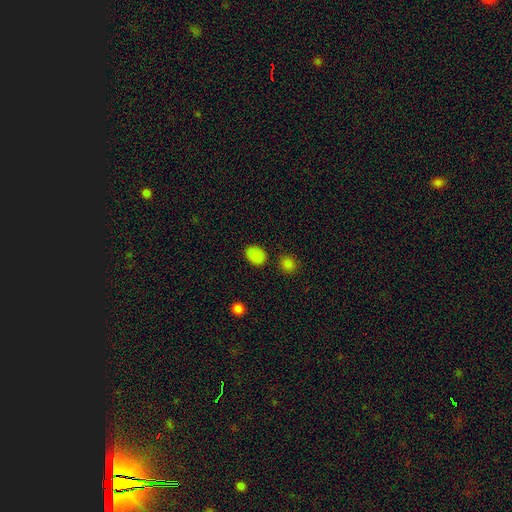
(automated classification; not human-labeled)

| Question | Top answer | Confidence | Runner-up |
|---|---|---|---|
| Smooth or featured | smooth | 84% | star or artifact (12%) |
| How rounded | in between | 73% | round (26%) |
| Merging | none | 80% | minor disturbance (12%) |